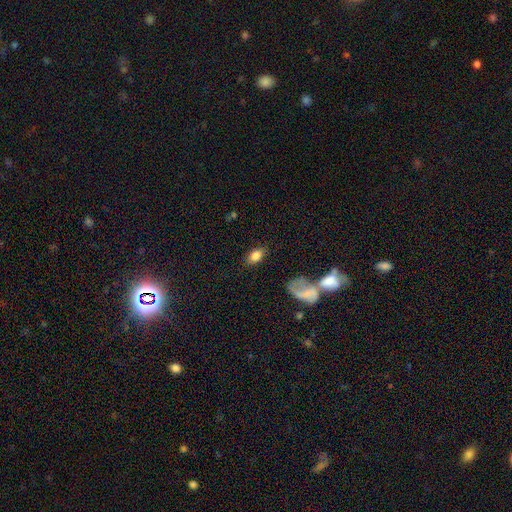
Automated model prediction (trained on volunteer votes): smooth 80%, featured or disk 12%, star or artifact 8%. Down the decision tree: how rounded — in between (89%); merging — none (78%).